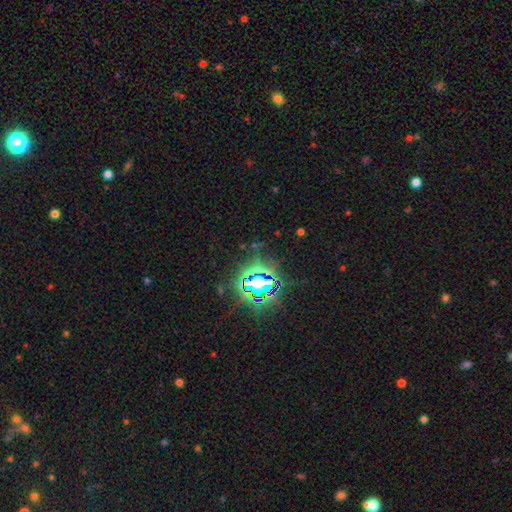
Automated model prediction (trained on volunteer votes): A star or artifact, not a galaxy (81%).